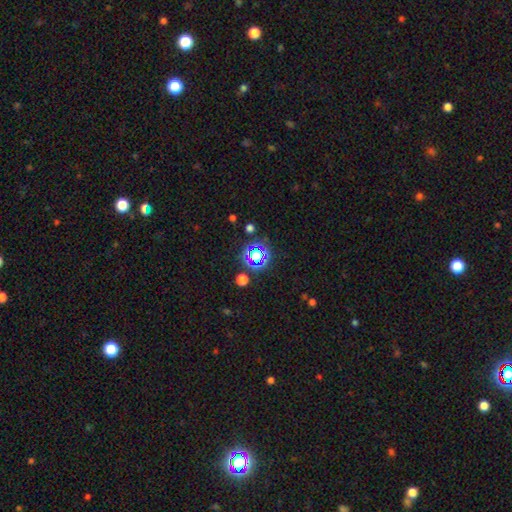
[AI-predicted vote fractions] Smooth or featured? Predicted: star or artifact (p=0.62).